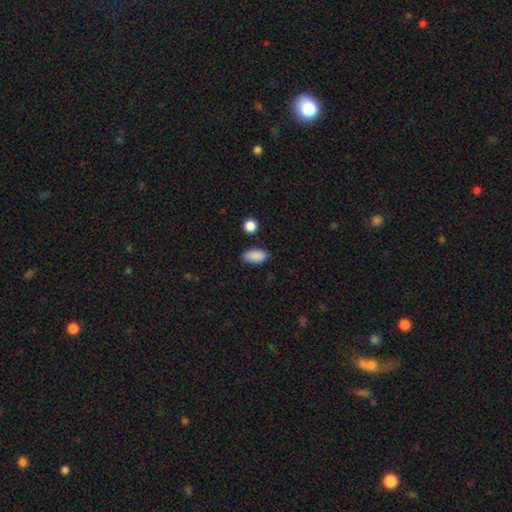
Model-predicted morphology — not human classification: A smooth galaxy with no disk features (89%) that is in between round and cigar-shaped (90%). Merging: none (80%).